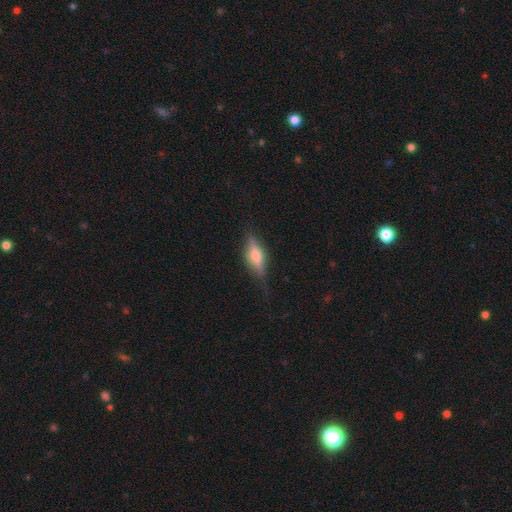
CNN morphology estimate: type=featured or disk (54%); edge-on=yes (93%); edge-on bulge=rounded (82%); merging=none (76%).